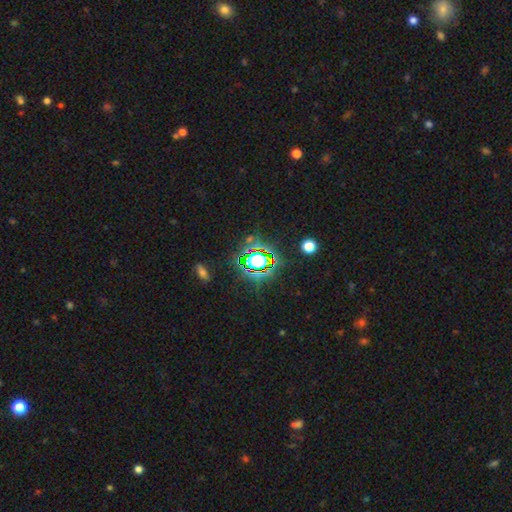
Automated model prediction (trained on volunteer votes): Smooth or featured? star or artifact (74%)